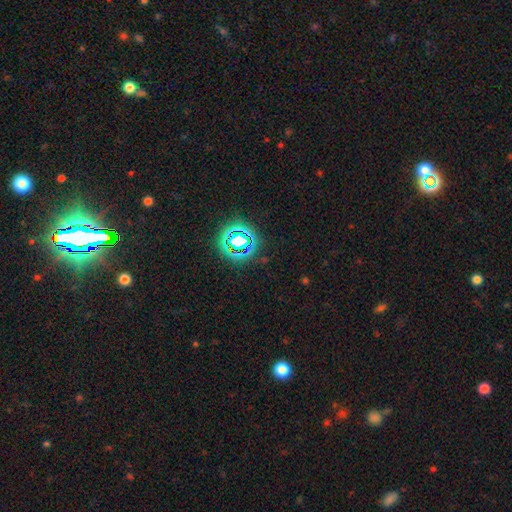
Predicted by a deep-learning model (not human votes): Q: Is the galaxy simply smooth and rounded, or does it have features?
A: star or artifact — 79%.